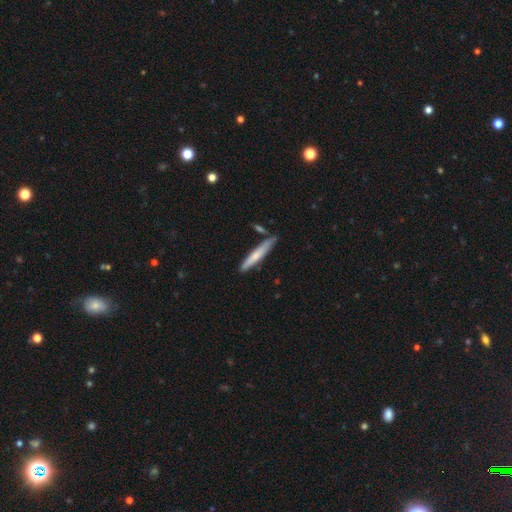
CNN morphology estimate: A smooth galaxy with no disk features (65%) that is cigar-shaped (93%).

Vote fractions:
- Smooth or featured? smooth: 65% / featured or disk: 30% / star or artifact: 5%
- How rounded? cigar-shaped: 93% / in between: 6% / round: 1%
- Merging? none: 77% / minor disturbance: 15% / merger: 6% / major disturbance: 2%